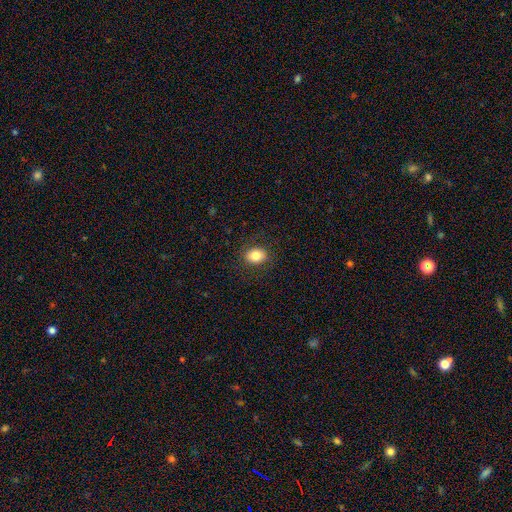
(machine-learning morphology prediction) Q: Smooth or featured?
A: smooth (82%); runner-up: star or artifact (10%)
Q: How rounded?
A: in between (55%); runner-up: round (44%)
Q: Merging?
A: none (86%); runner-up: minor disturbance (9%)